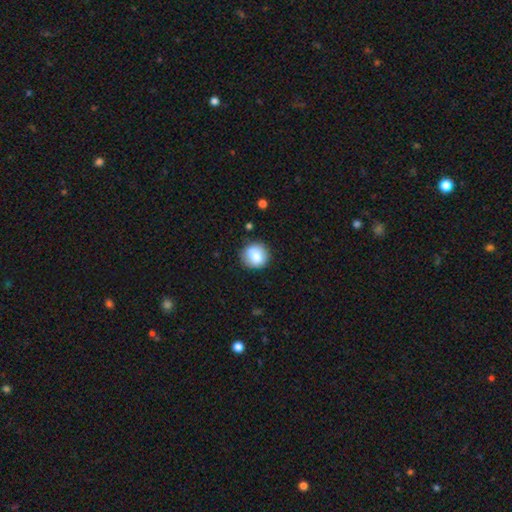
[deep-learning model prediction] smooth-or-featured: smooth: 79% | featured or disk: 12% | star or artifact: 8%
  how-rounded: round: 88% | in between: 11% | cigar-shaped: 1%
  merging: none: 84% | minor disturbance: 11% | major disturbance: 3% | merger: 2%